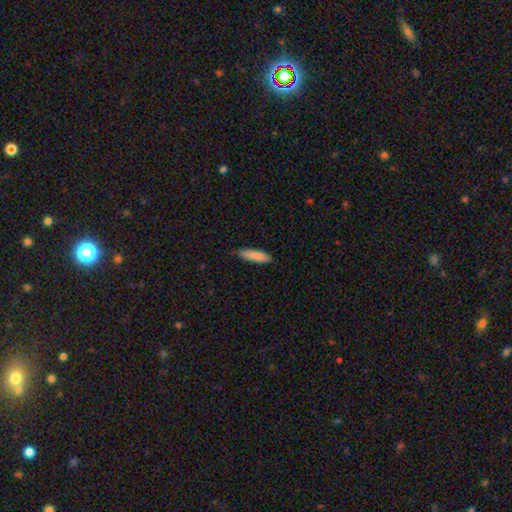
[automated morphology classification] A smooth galaxy with no disk features (87%) that is cigar-shaped (69%).

Vote fractions:
- Smooth or featured? smooth: 87% / featured or disk: 7% / star or artifact: 6%
- How rounded? cigar-shaped: 69% / in between: 30% / round: 1%
- Merging? none: 82% / minor disturbance: 15% / major disturbance: 2% / merger: 1%